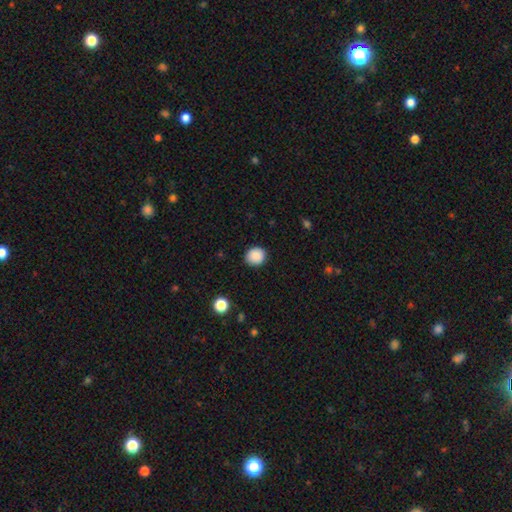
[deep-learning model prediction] A smooth galaxy with no disk features (88%) that is round (84%). Merging: none (89%).